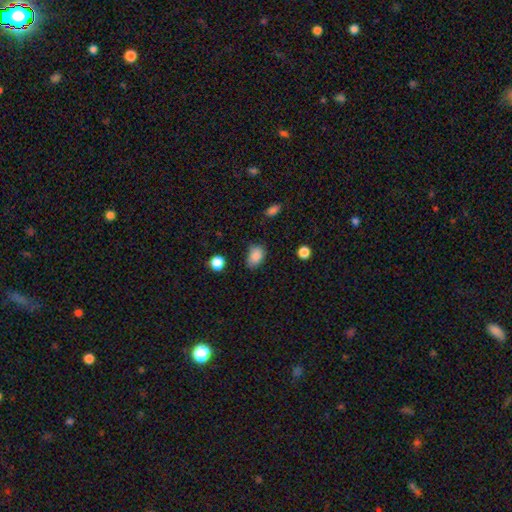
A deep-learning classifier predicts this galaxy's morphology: type=smooth (86%); roundness=in between (80%); merging=none (67%).